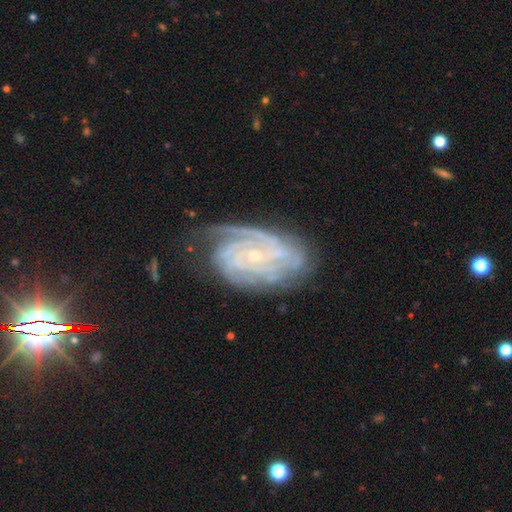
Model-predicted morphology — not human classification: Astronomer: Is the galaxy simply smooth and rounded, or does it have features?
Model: featured or disk — 86%.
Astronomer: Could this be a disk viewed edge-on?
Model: no — 96%.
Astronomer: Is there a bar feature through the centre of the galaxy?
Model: no — 62%.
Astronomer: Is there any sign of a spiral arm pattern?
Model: yes — 96%.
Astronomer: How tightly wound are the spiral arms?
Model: tight — 69%.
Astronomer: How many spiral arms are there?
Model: can't tell — 29% (runner-up: 3, 20%).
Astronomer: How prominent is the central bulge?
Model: small — 83%.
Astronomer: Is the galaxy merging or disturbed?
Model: none — 65%.